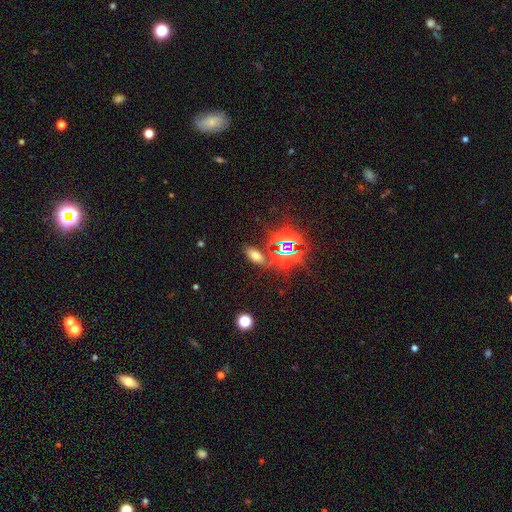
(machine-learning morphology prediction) type=smooth (52%); roundness=in between (84%); merging=none (81%).